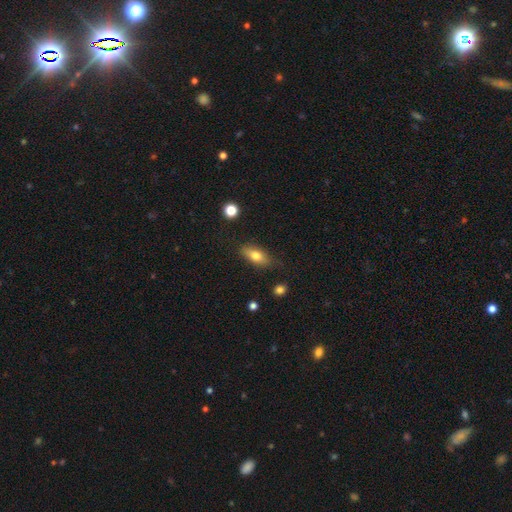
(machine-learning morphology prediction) Smooth or featured? smooth (72%)
How rounded? in between (75%)
Merging? none (77%)